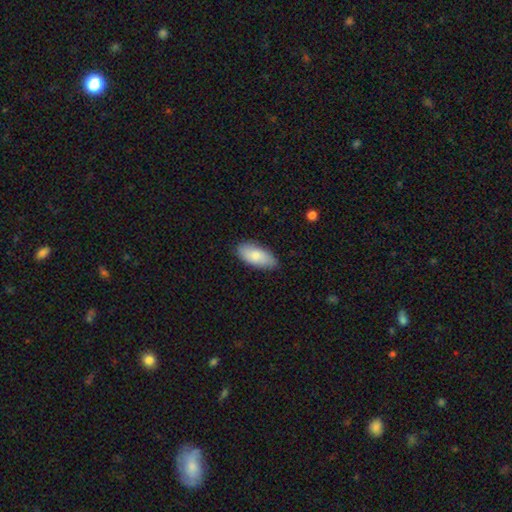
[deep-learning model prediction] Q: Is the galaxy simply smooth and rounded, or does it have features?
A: smooth — 81%.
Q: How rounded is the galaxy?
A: in between — 89%.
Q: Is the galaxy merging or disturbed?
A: none — 83%.